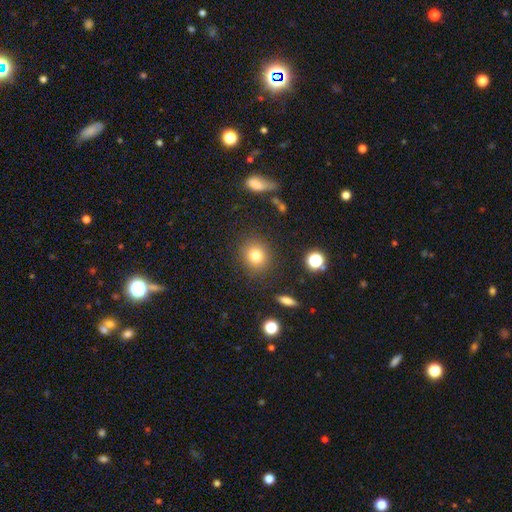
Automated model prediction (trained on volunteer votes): The model was most divided on "how rounded": round: 79%, in between: 20%, cigar-shaped: 1%. More confident: merging — none (86%); smooth or featured — smooth (80%).